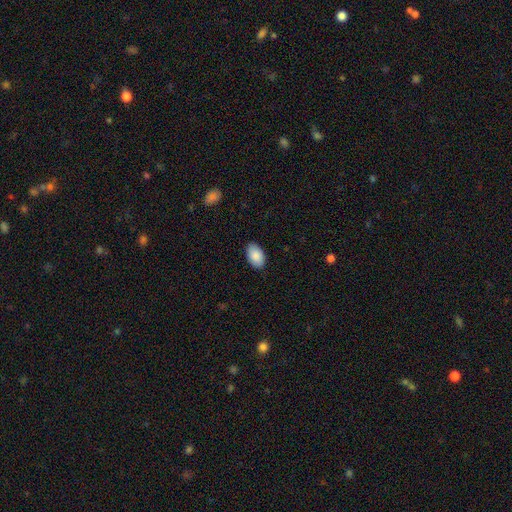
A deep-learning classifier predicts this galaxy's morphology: A smooth galaxy with no disk features (88%) that is in between round and cigar-shaped (94%). Merging: none (87%).